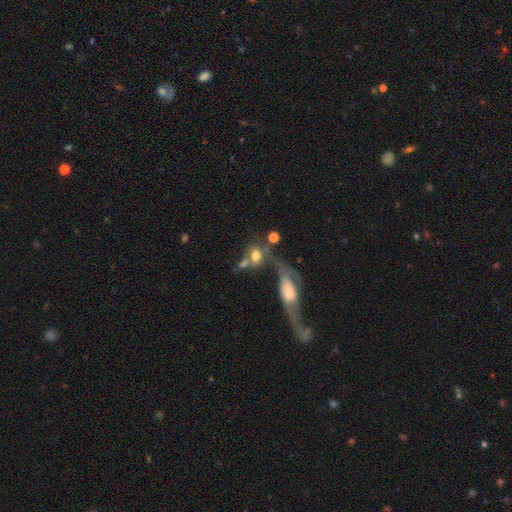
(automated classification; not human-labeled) Overall: smooth (61%; featured or disk 26%). How rounded: in between (53%; round 42%). Merging: merger (45%; none 27%).